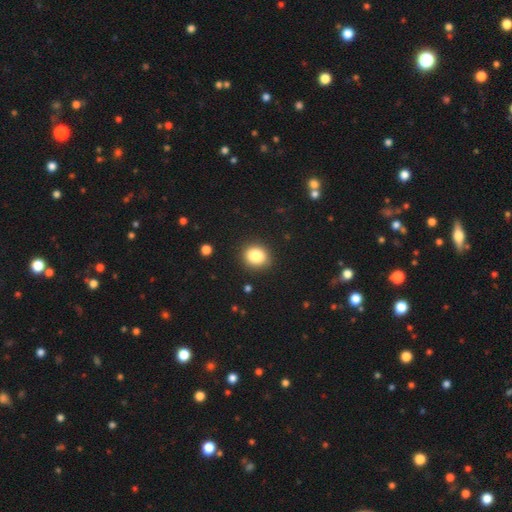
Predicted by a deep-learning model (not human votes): Smooth or featured? smooth (85%)
How rounded? round (79%)
Merging? none (89%)